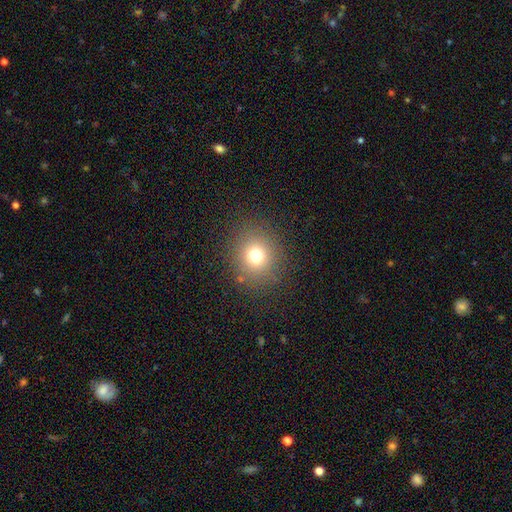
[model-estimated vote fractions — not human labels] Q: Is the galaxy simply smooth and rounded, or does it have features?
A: smooth — 73%.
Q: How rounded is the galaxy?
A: round — 85%.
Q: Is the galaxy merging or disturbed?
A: none — 87%.